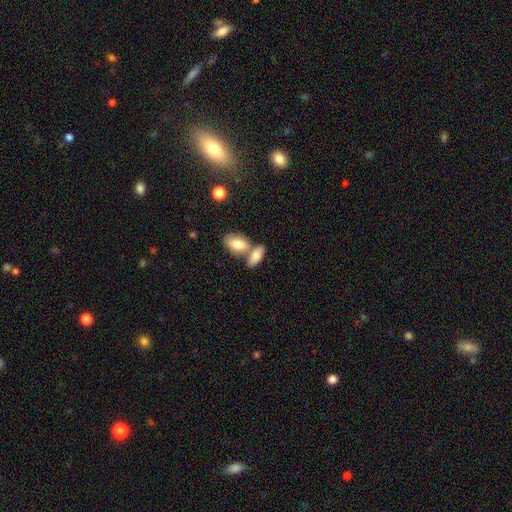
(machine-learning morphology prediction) Overall: smooth (78%). How rounded: in between (83%). Merging: merger (48%; none 40%).